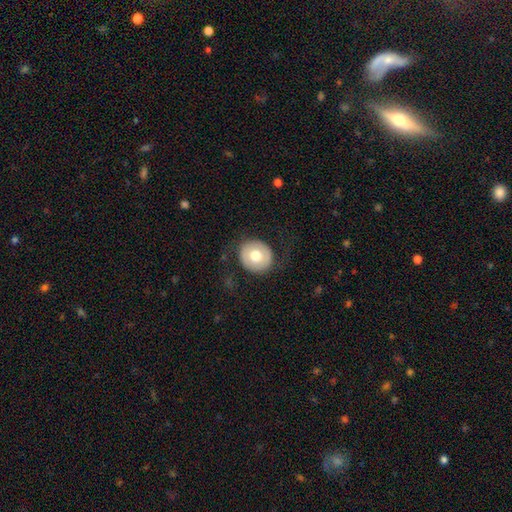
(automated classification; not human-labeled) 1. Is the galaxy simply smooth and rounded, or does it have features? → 65% smooth, 28% featured or disk, 7% star or artifact.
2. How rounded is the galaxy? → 86% round, 13% in between, 1% cigar-shaped.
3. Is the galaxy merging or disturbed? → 82% none, 11% minor disturbance, 6% major disturbance, 1% merger.